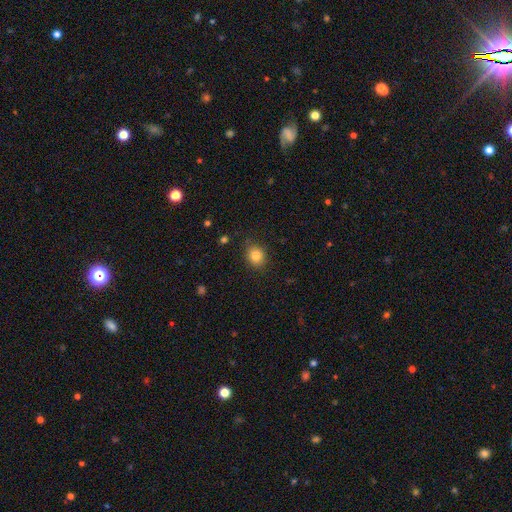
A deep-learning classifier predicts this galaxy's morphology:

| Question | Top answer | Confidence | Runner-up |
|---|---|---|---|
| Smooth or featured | smooth | 84% | star or artifact (11%) |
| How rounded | round | 71% | in between (28%) |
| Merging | none | 85% | minor disturbance (11%) |